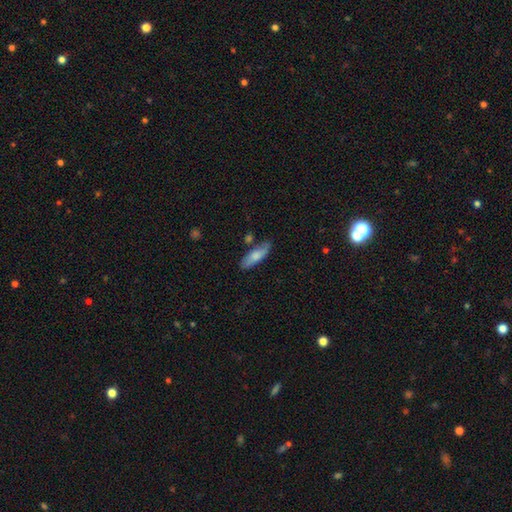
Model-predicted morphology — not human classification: A smooth galaxy with no disk features (72%) that is in between round and cigar-shaped (52%). Merging: none (70%).